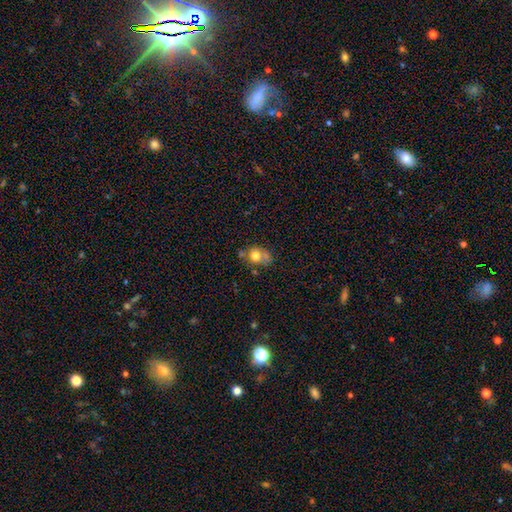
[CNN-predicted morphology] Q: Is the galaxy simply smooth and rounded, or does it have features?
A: smooth — 71%.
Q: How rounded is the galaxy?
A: round — 55%.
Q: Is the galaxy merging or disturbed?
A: none — 41%.